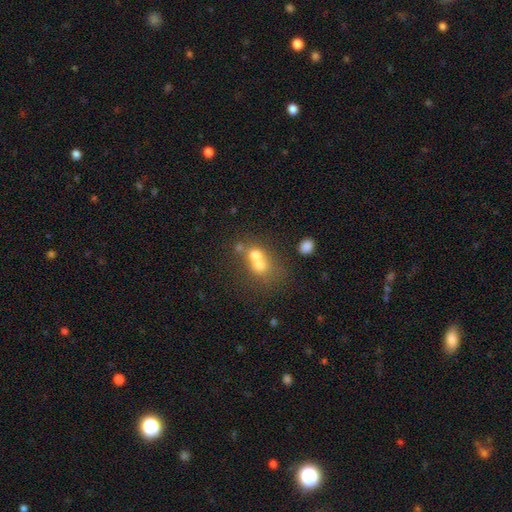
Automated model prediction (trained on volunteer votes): This is possibly a smooth galaxy (60%). How rounded: likely round (67%). Merging: likely merger (65%).